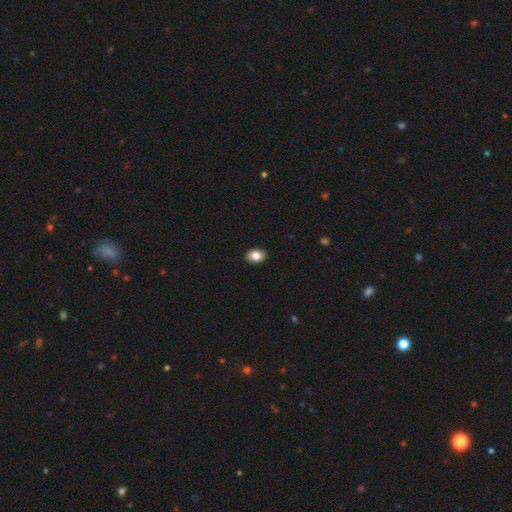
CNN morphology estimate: A smooth galaxy with no disk features (84%) that is in between round and cigar-shaped (80%). Merging: none (90%).